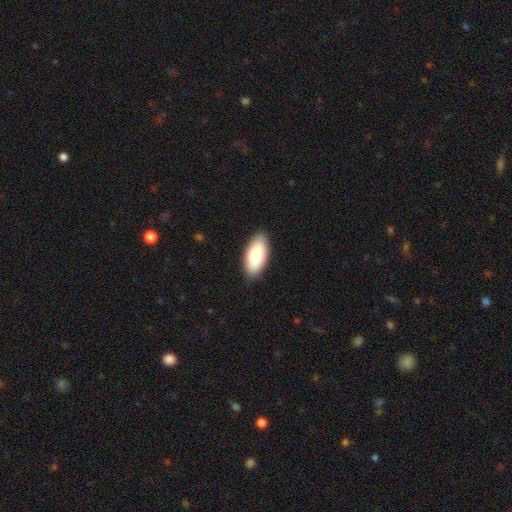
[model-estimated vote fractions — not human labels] This is clearly a smooth galaxy (88%). How rounded: clearly in between (91%). Merging: clearly none (87%).